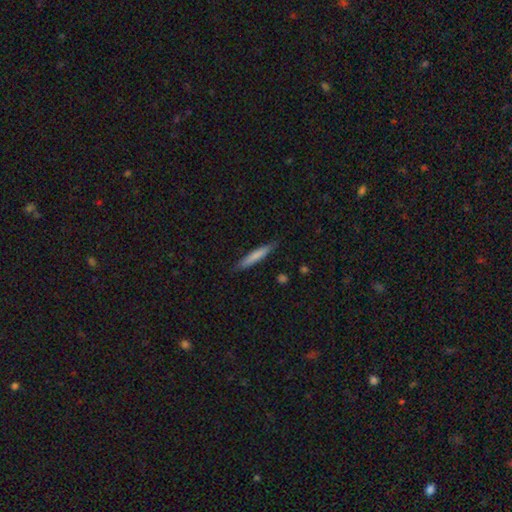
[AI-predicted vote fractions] Overall: smooth (75%). How rounded: cigar-shaped (93%). Merging: none (87%).